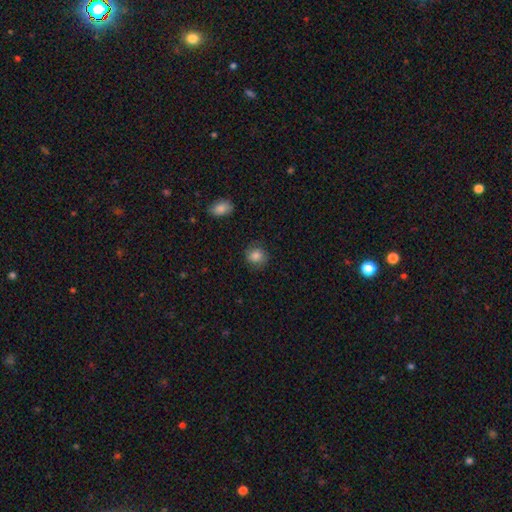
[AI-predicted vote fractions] Overall: smooth (79%). How rounded: round (80%). Merging: none (79%).